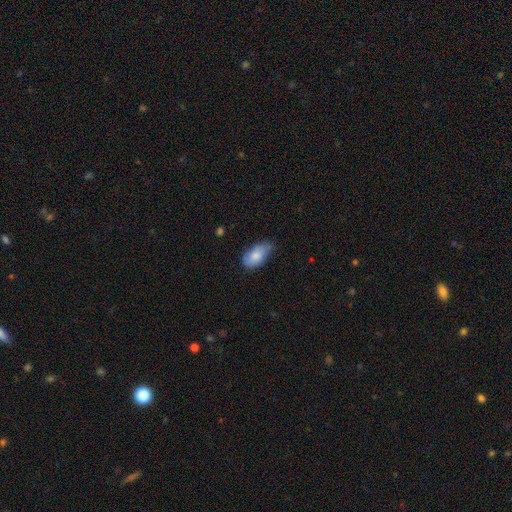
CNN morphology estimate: type=smooth (80%); roundness=in between (93%); merging=none (55%).